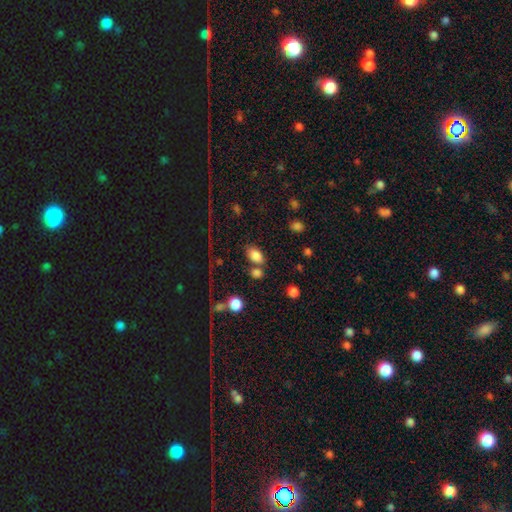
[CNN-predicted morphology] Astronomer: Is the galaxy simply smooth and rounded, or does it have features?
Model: smooth — 82%.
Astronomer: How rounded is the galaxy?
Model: in between — 88%.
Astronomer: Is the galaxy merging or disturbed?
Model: none — 63%.